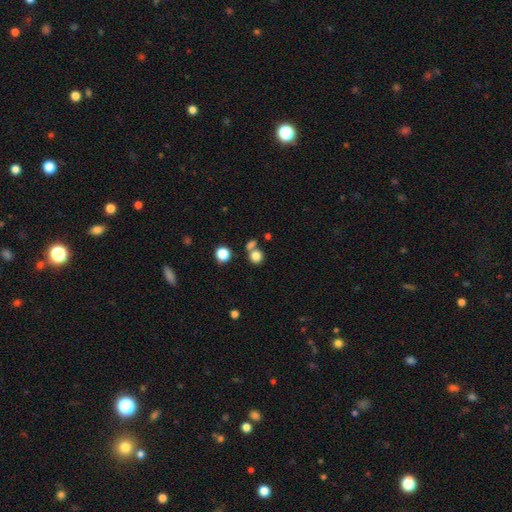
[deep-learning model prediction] The model was most divided on "merging": none: 57%, merger: 30%, minor disturbance: 9%, major disturbance: 4%. More confident: how rounded — round (85%); smooth or featured — smooth (80%).